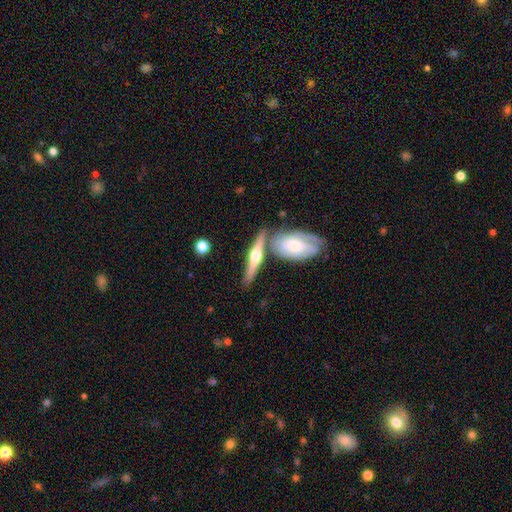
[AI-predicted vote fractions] Smooth or featured? Predicted: featured or disk (p=0.67). Edge-on disk? Predicted: yes (p=0.94). Edge-on bulge? Predicted: rounded (p=0.93). Merging? Predicted: none (p=0.65).